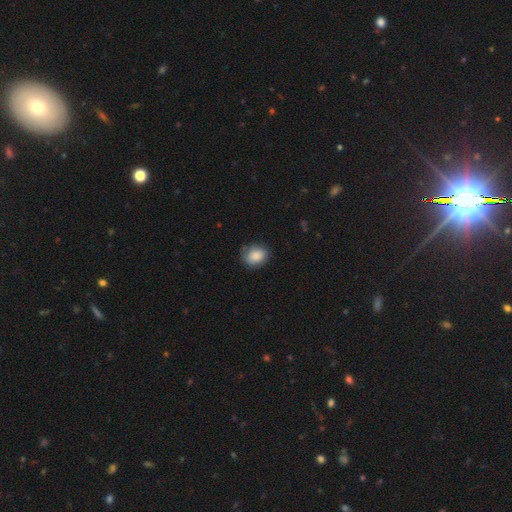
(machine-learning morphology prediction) Smooth or featured? smooth (86%)
How rounded? round (52%)
Merging? none (75%)